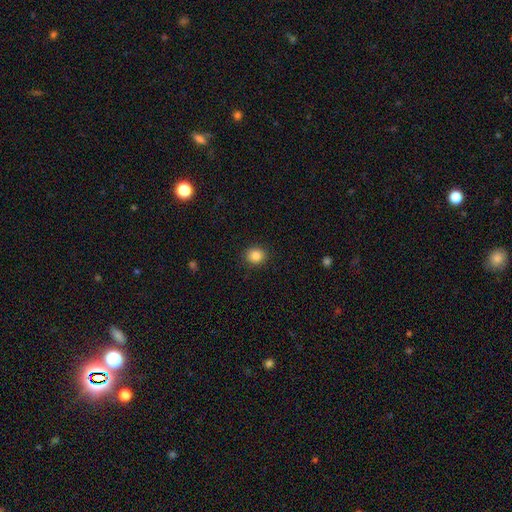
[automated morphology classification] This appears to be a smooth galaxy with no disk features (85%) that is round (73%). Merging: none (90%).